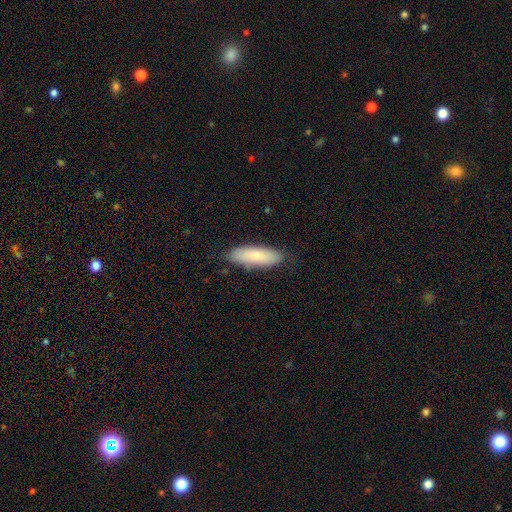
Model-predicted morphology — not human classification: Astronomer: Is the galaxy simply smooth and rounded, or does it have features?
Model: smooth — 81%.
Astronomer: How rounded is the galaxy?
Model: in between — 59% (runner-up: cigar-shaped, 40%).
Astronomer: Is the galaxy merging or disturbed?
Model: none — 81%.